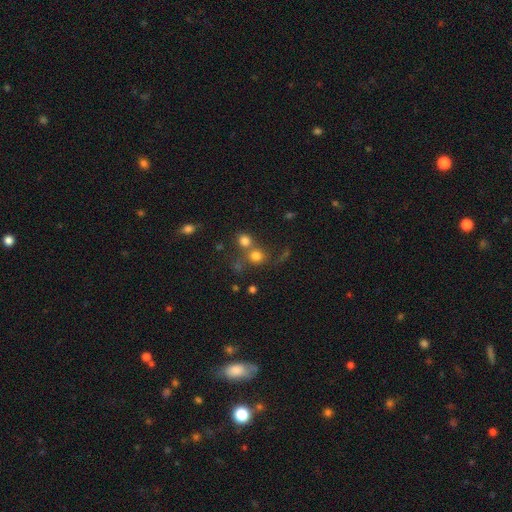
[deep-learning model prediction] This appears to be a smooth galaxy with no disk features (75%) that is round (85%). Merging: none (50%).